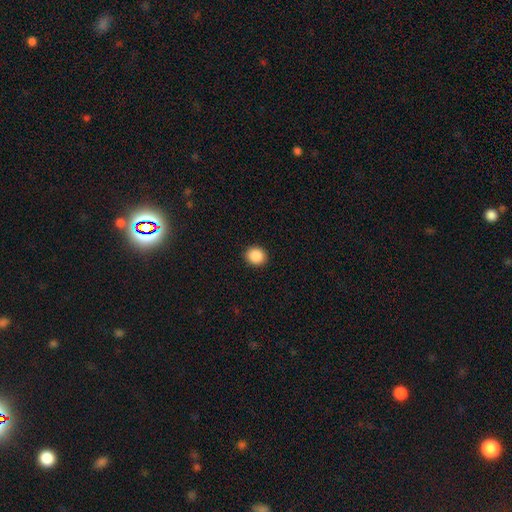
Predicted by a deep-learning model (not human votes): smooth 88%, star or artifact 9%, featured or disk 3%. Down the decision tree: how rounded — round (81%); merging — none (92%).